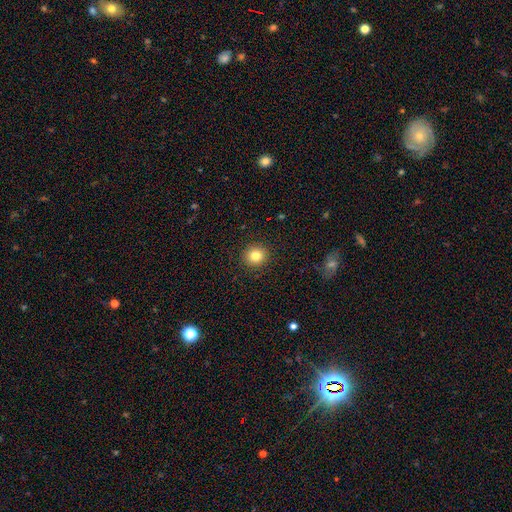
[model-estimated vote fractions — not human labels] Overall: smooth (81%). How rounded: round (92%). Merging: none (92%).